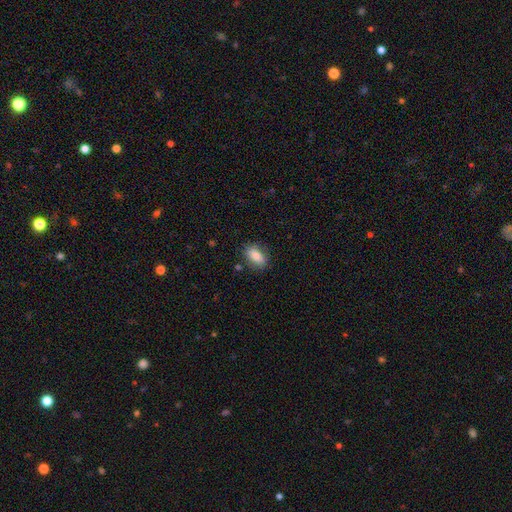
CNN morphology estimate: smooth_or_featured: smooth (p=0.78) [alt: featured or disk p=0.14]
how_rounded: in between (p=0.87) [alt: round p=0.09]
merging: none (p=0.80) [alt: minor disturbance p=0.14]